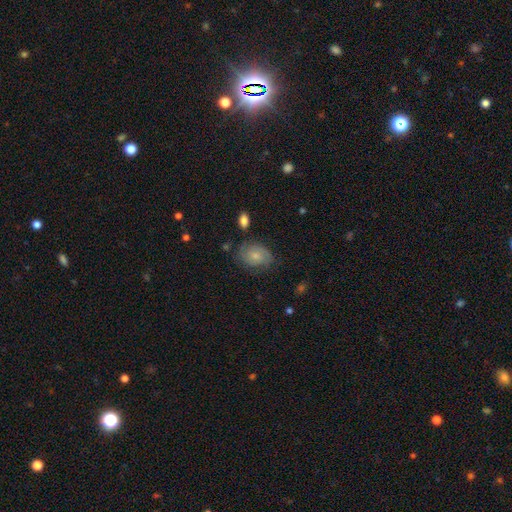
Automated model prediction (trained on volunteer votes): Smooth or featured? smooth (57%)
How rounded? in between (68%)
Merging? none (68%)